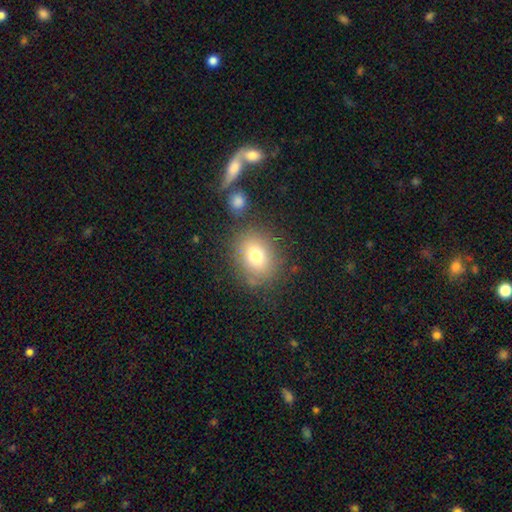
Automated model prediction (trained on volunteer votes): The model was most divided on "how rounded": round: 51%, in between: 48%, cigar-shaped: 1%. More confident: merging — none (75%); smooth or featured — smooth (74%).